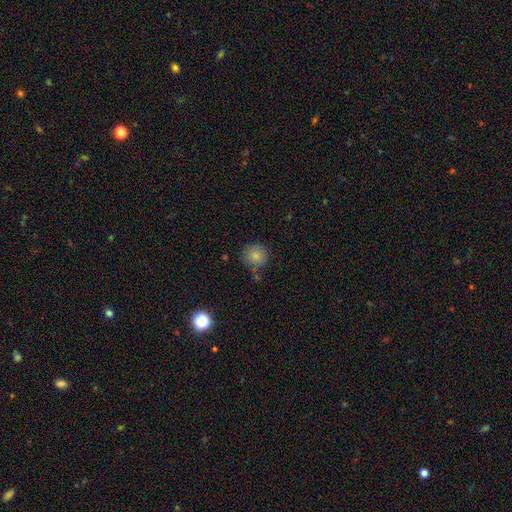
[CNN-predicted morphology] smooth 82%, star or artifact 11%, featured or disk 7%. Down the decision tree: how rounded — round (92%); merging — none (77%).